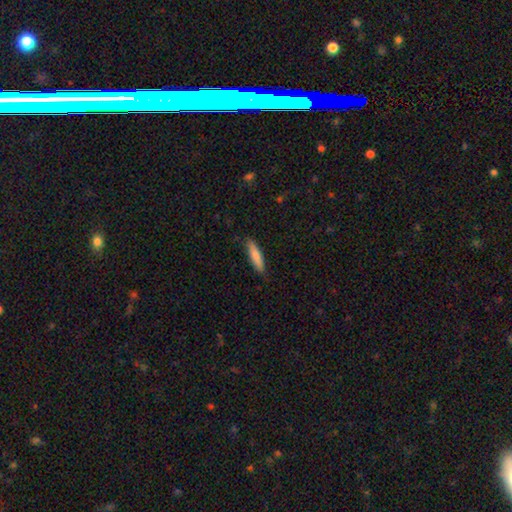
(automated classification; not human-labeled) Morphology: type=smooth (81%); roundness=cigar-shaped (76%); merging=none (84%).